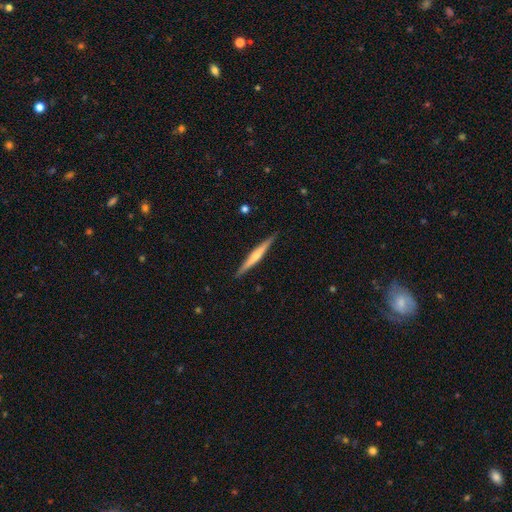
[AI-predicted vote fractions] Smooth or featured? Predicted: featured or disk (p=0.62). Edge-on disk? Predicted: yes (p=0.98). Edge-on bulge? Predicted: rounded (p=0.65). Merging? Predicted: none (p=0.90).